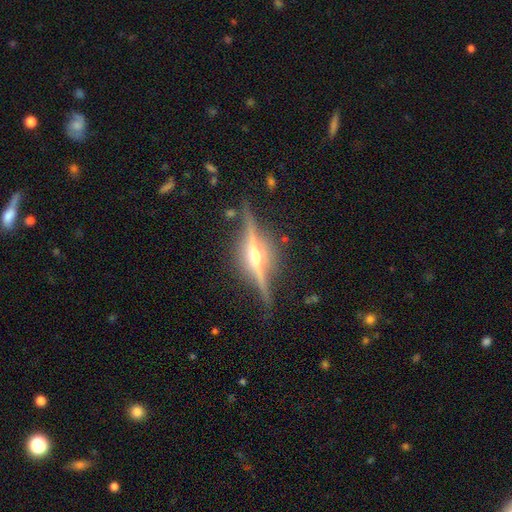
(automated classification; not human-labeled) smooth-or-featured: featured or disk: 88% | star or artifact: 6% | smooth: 6%
  disk-edge-on: yes: 97% | no: 3%
    edge-on-bulge: rounded: 93% | boxy: 4% | none: 3%
  merging: none: 85% | minor disturbance: 10% | major disturbance: 3% | merger: 2%